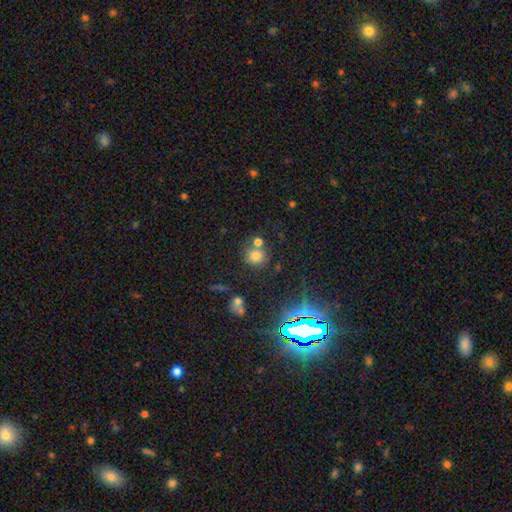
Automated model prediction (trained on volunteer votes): A smooth galaxy with no disk features (72%) that is round (86%).

Vote fractions:
- Smooth or featured? smooth: 72% / star or artifact: 19% / featured or disk: 9%
- How rounded? round: 86% / in between: 13% / cigar-shaped: 1%
- Merging? none: 61% / merger: 26% / minor disturbance: 9% / major disturbance: 4%